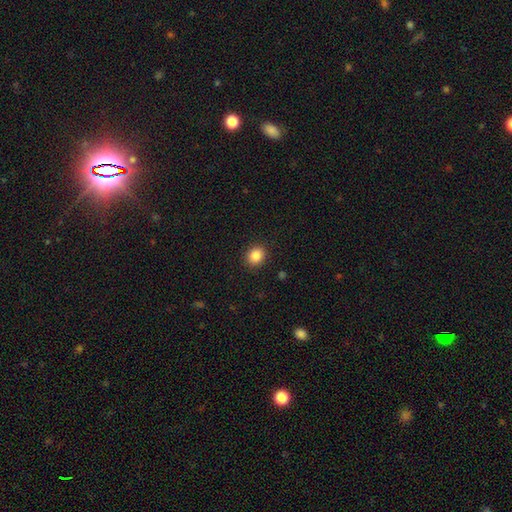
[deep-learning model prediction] A smooth galaxy with no disk features (86%) that is round (67%).

Vote fractions:
- Smooth or featured? smooth: 86% / star or artifact: 10% / featured or disk: 5%
- How rounded? round: 67% / in between: 32% / cigar-shaped: 1%
- Merging? none: 91% / minor disturbance: 6% / major disturbance: 2% / merger: 1%